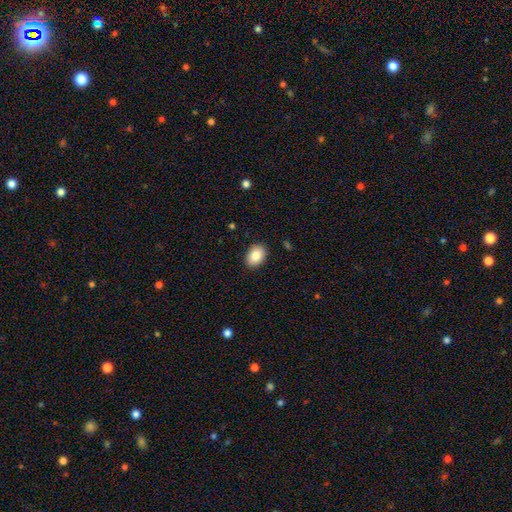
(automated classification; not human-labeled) This is clearly a smooth galaxy (87%). How rounded: clearly in between (82%). Merging: clearly none (89%).